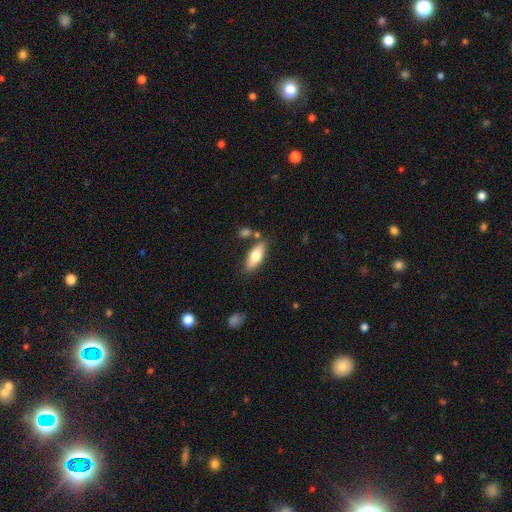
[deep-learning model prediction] smooth 68%, featured or disk 26%, star or artifact 6%. Down the decision tree: how rounded — in between (71%); merging — none (77%).